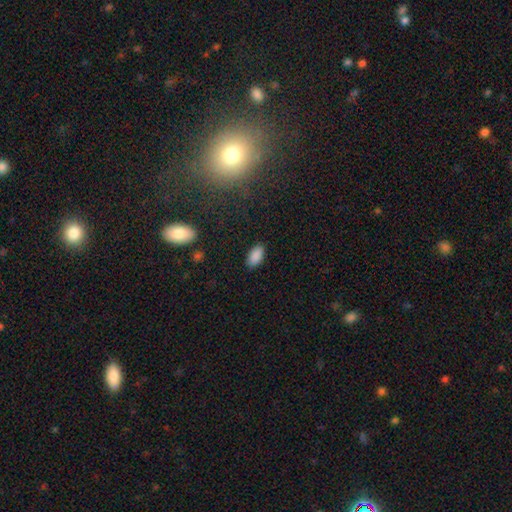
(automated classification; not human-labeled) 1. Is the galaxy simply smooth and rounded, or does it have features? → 88% smooth, 8% star or artifact, 4% featured or disk.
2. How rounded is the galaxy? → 94% in between, 3% round, 3% cigar-shaped.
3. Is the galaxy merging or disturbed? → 86% none, 11% minor disturbance, 2% major disturbance, 1% merger.